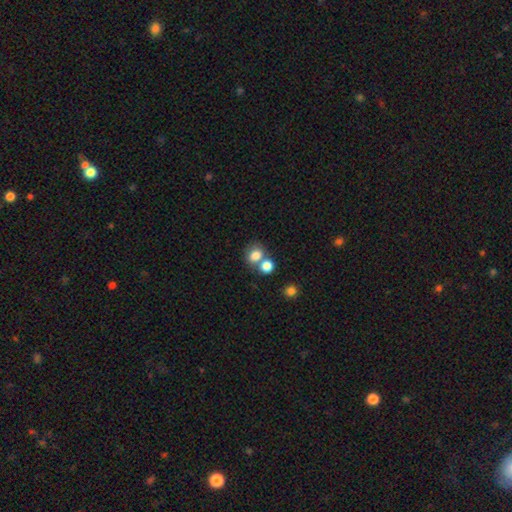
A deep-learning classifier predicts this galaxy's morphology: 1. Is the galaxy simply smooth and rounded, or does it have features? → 80% smooth, 12% star or artifact, 9% featured or disk.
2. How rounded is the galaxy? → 65% round, 34% in between, 1% cigar-shaped.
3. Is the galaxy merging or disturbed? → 49% none, 38% merger, 9% minor disturbance, 4% major disturbance.